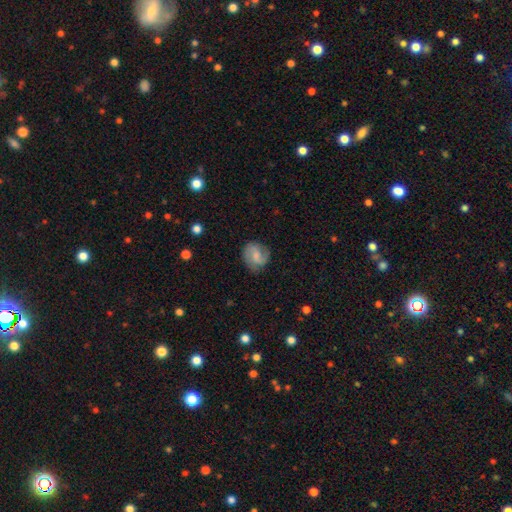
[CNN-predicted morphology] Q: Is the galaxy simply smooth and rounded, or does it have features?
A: featured or disk — 56%.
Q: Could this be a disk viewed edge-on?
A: no — 97%.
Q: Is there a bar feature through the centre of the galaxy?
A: weak — 50%.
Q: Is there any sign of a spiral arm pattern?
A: yes — 90%.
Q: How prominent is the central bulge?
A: small — 39%.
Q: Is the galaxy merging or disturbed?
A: none — 73%.